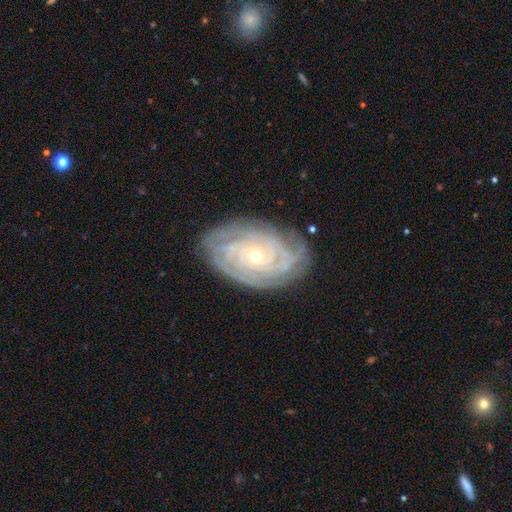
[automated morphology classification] Smooth or featured? Predicted: featured or disk (p=0.87). Edge-on disk? Predicted: no (p=0.96). Bar? Predicted: no (p=0.79). Spiral arms? Predicted: yes (p=0.97). Spiral winding? Predicted: tight (p=0.83). Spiral arm count? Predicted: can't tell (p=0.31). Bulge size? Predicted: small (p=0.72). Merging? Predicted: none (p=0.80).